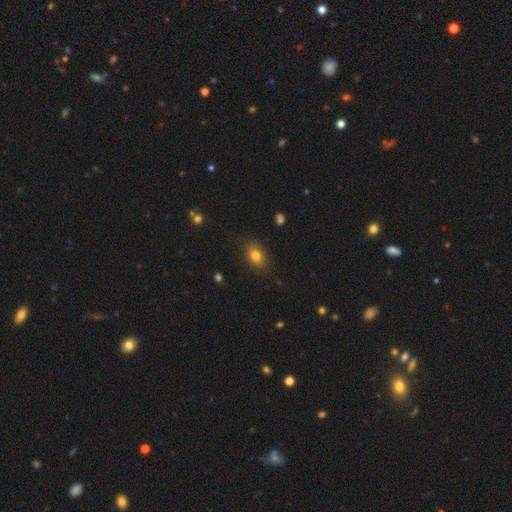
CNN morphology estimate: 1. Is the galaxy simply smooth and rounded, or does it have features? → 79% smooth, 11% star or artifact, 10% featured or disk.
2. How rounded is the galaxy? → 72% in between, 26% round, 2% cigar-shaped.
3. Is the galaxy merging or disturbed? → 82% none, 13% minor disturbance, 3% major disturbance, 1% merger.